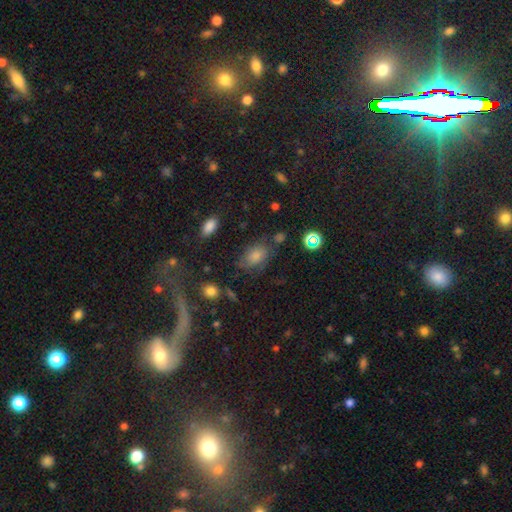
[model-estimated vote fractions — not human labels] smooth-or-featured: smooth: 61% | star or artifact: 20% | featured or disk: 19%
  how-rounded: in between: 82% | round: 15% | cigar-shaped: 3%
  merging: none: 68% | minor disturbance: 19% | major disturbance: 8% | merger: 5%